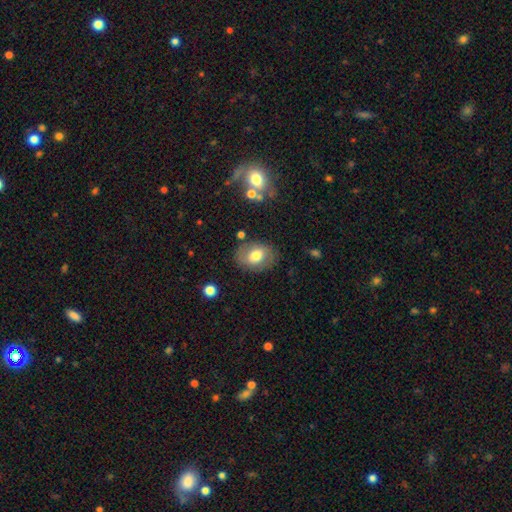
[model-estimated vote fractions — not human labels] Overall: smooth (64%; featured or disk 27%). How rounded: in between (64%; round 35%). Merging: none (77%).